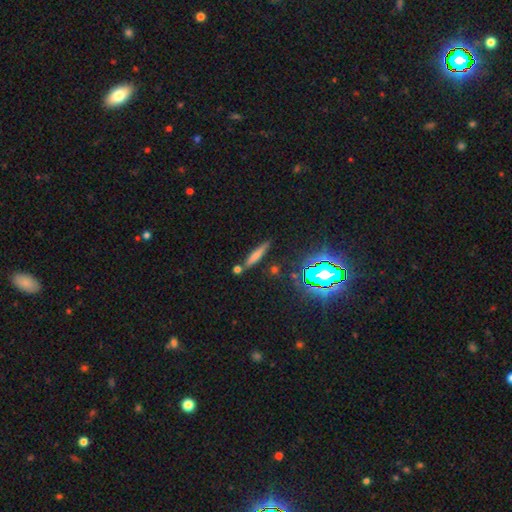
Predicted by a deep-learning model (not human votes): A smooth galaxy with no disk features (60%) that is cigar-shaped (85%). Merging: none (72%).